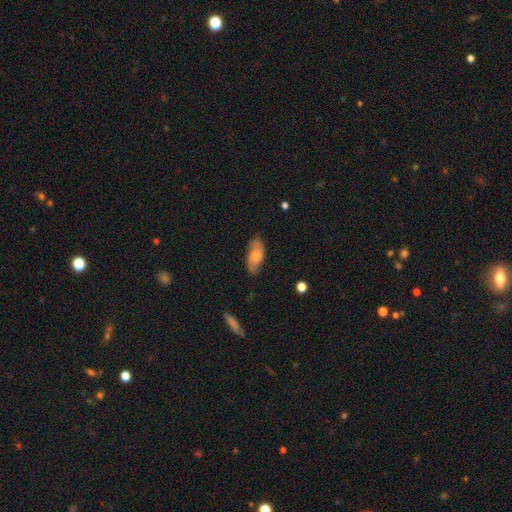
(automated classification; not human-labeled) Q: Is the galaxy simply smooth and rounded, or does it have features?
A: smooth — 52%.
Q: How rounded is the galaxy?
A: in between — 84%.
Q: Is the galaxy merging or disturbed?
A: none — 74%.